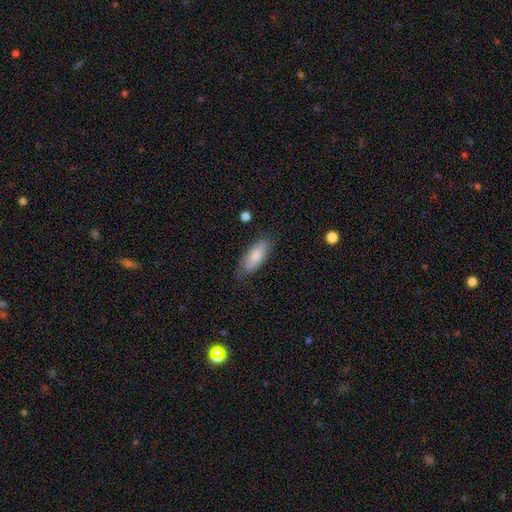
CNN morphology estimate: This appears to be a smooth galaxy with no disk features (81%) that is in between round and cigar-shaped (82%). Merging: none (72%).